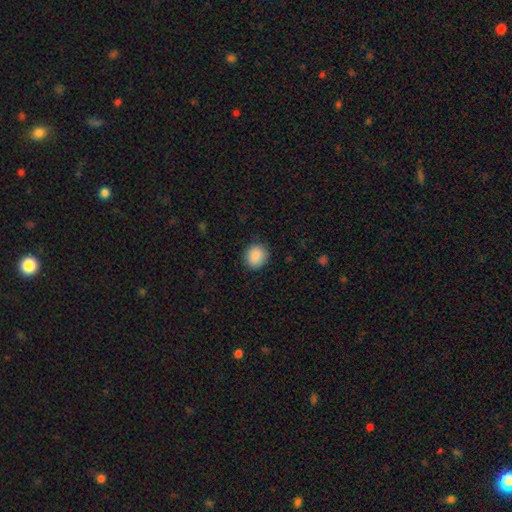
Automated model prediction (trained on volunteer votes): A smooth galaxy with no disk features (89%) that is round (76%).

Vote fractions:
- Smooth or featured? smooth: 89% / star or artifact: 8% / featured or disk: 3%
- How rounded? round: 76% / in between: 23% / cigar-shaped: 1%
- Merging? none: 88% / minor disturbance: 8% / major disturbance: 3% / merger: 1%